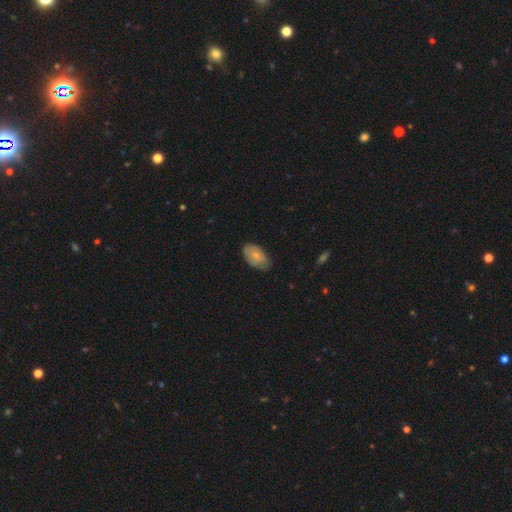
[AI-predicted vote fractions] The model was most divided on "merging": none: 67%, minor disturbance: 28%, major disturbance: 4%, merger: 1%. More confident: how rounded — in between (92%); smooth or featured — smooth (73%).